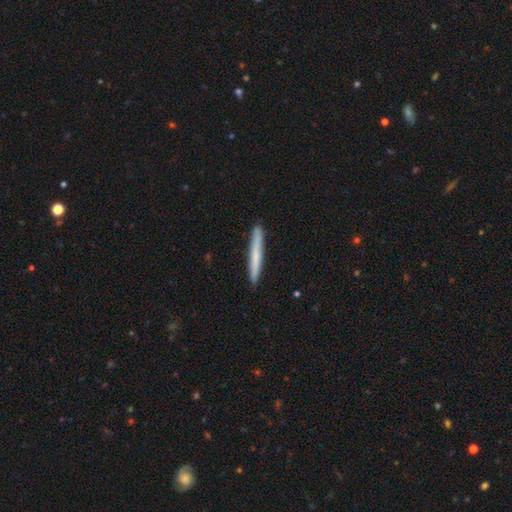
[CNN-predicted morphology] type=smooth (61%); roundness=cigar-shaped (97%); merging=none (92%).